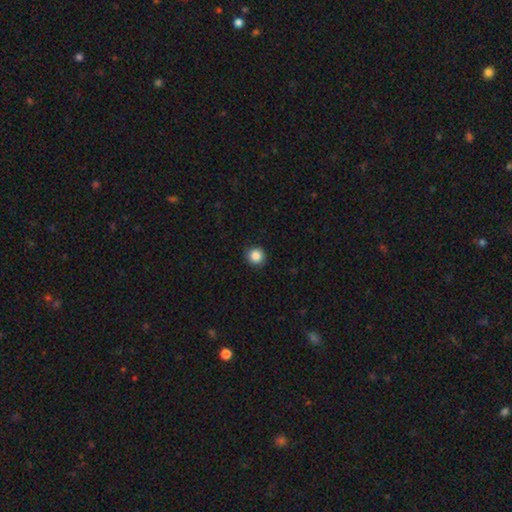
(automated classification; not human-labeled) Overall: smooth (86%). How rounded: round (94%). Merging: none (90%).